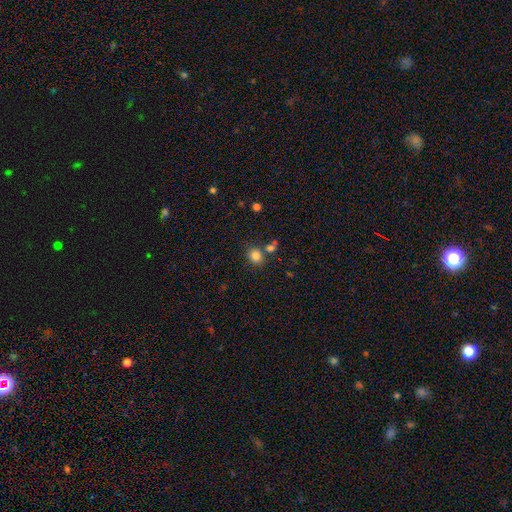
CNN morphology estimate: type=smooth (83%); roundness=round (72%); merging=none (67%).